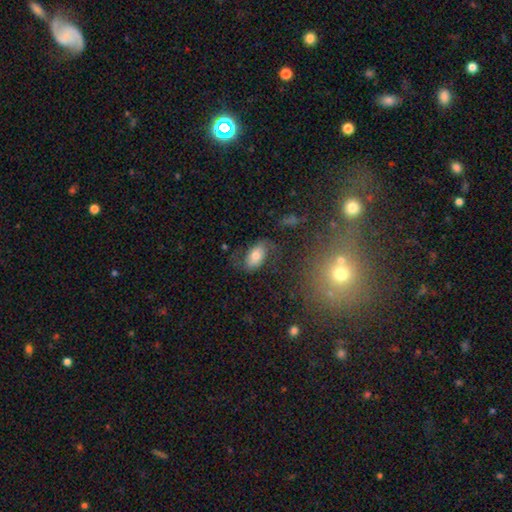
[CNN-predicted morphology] A smooth galaxy with no disk features (63%) that is in between round and cigar-shaped (91%).

Vote fractions:
- Smooth or featured? smooth: 63% / featured or disk: 28% / star or artifact: 9%
- How rounded? in between: 91% / round: 7% / cigar-shaped: 2%
- Merging? none: 63% / minor disturbance: 21% / major disturbance: 13% / merger: 3%